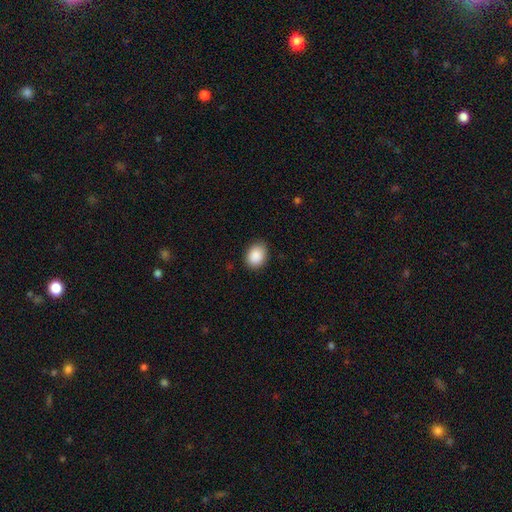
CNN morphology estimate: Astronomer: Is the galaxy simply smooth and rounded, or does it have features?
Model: smooth — 90%.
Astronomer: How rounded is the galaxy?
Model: in between — 67%.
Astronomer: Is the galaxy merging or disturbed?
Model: none — 85%.